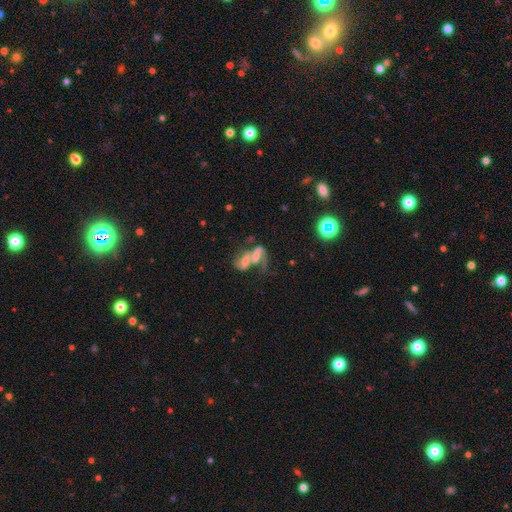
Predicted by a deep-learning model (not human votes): A featured or disk galaxy (54%).

Vote fractions:
- Smooth or featured? featured or disk: 54% / smooth: 32% / star or artifact: 14%
- Edge-on disk? no: 91% / yes: 9%
- Merging? merger: 67% / none: 14% / major disturbance: 12% / minor disturbance: 7%